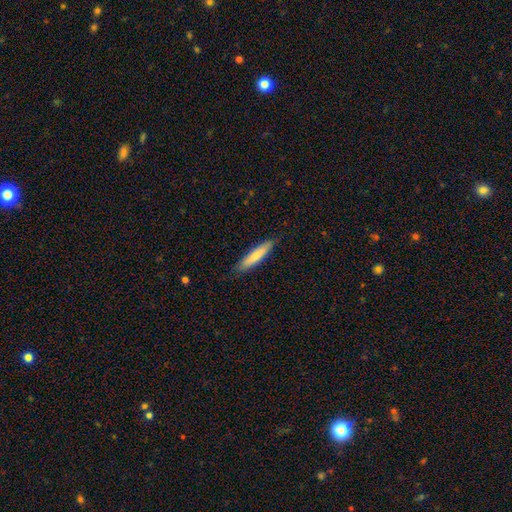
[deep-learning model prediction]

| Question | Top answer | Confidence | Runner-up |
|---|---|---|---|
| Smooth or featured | smooth | 73% | featured or disk (21%) |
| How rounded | cigar-shaped | 84% | in between (14%) |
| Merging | none | 86% | minor disturbance (11%) |